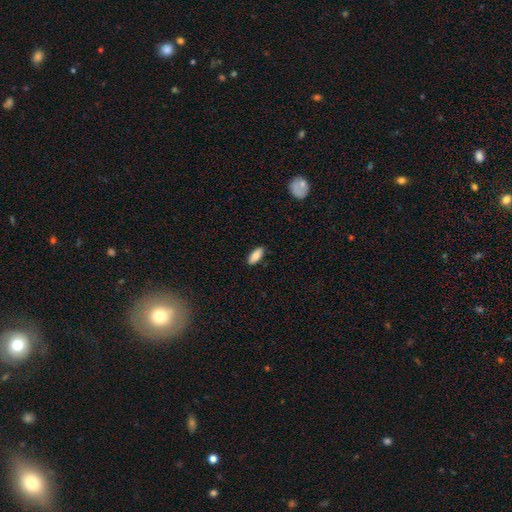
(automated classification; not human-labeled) Smooth or featured: smooth — 85% (featured or disk — 8%)
How rounded: in between — 82% (cigar-shaped — 16%)
Merging: none — 87% (minor disturbance — 10%)